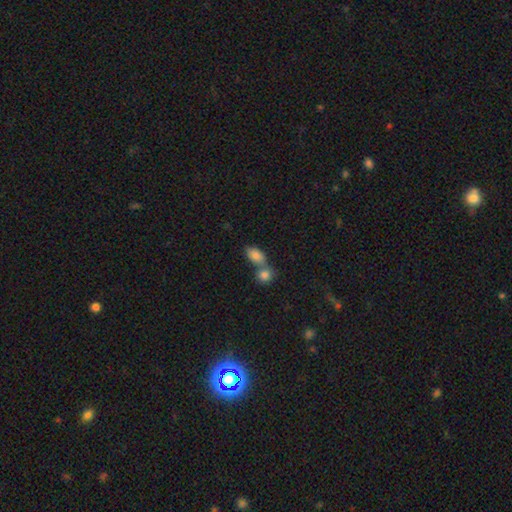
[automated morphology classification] This appears to be a smooth galaxy with no disk features (81%) that is in between round and cigar-shaped (83%). Merging: merger (54%).